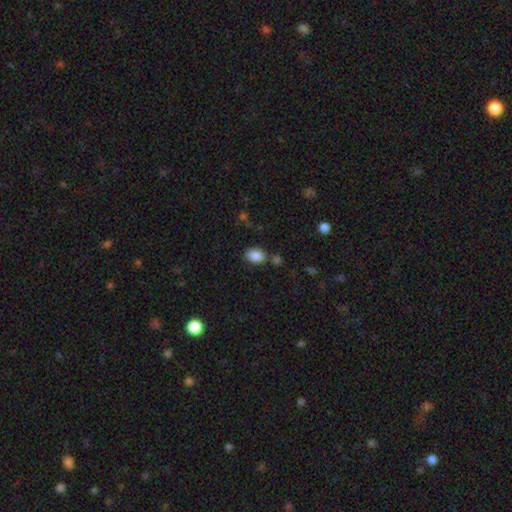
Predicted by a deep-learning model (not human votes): Q: Smooth or featured?
A: smooth (87%); runner-up: star or artifact (8%)
Q: How rounded?
A: in between (77%); runner-up: round (22%)
Q: Merging?
A: none (73%); runner-up: minor disturbance (14%)